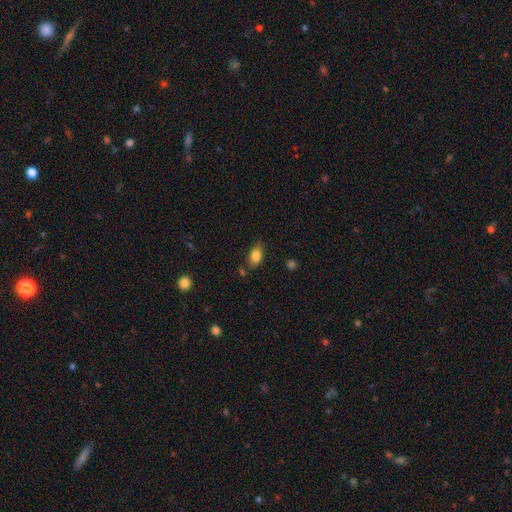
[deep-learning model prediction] Morphology: type=smooth (83%); roundness=in between (86%); merging=none (75%).